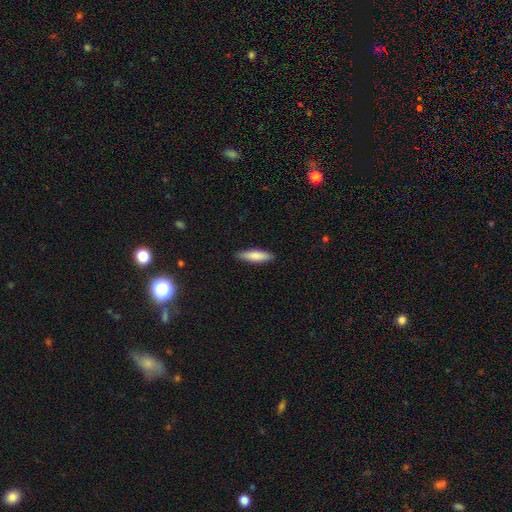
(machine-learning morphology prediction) smooth 83%, featured or disk 12%, star or artifact 5%. Down the decision tree: how rounded — cigar-shaped (66%); merging — none (89%).